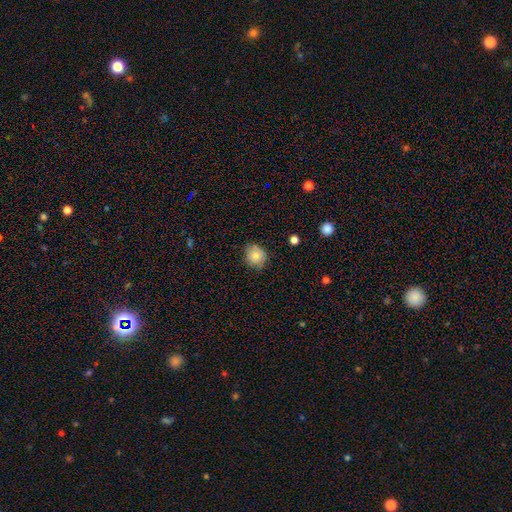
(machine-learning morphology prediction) Smooth or featured?
  - smooth: 78% *
  - featured or disk: 12%
  - star or artifact: 9%
How rounded?
  - round: 82% *
  - in between: 17%
  - cigar-shaped: 1%
Merging?
  - none: 78% *
  - minor disturbance: 18%
  - major disturbance: 3%
  - merger: 1%